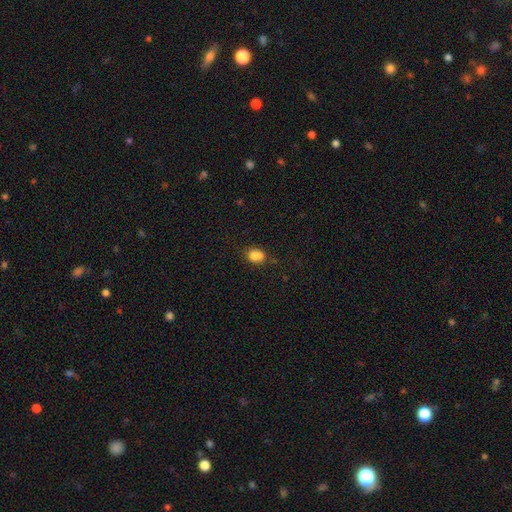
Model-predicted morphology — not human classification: The model was most divided on "how rounded": in between: 66%, round: 33%, cigar-shaped: 2%. More confident: smooth or featured — smooth (82%); merging — none (62%).